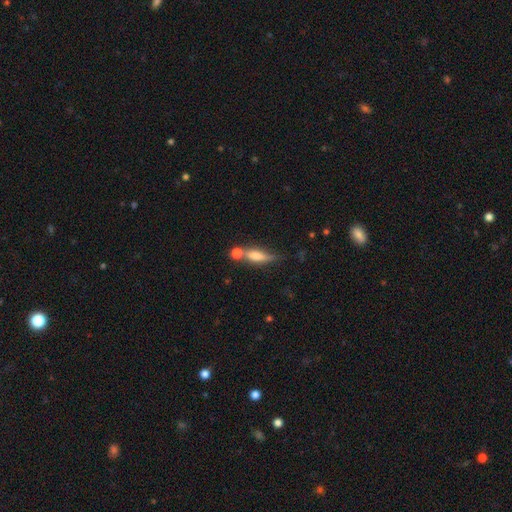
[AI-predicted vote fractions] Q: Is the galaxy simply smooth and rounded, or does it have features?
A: smooth — 55%.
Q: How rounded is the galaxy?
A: cigar-shaped — 60%.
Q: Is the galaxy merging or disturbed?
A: none — 46%.